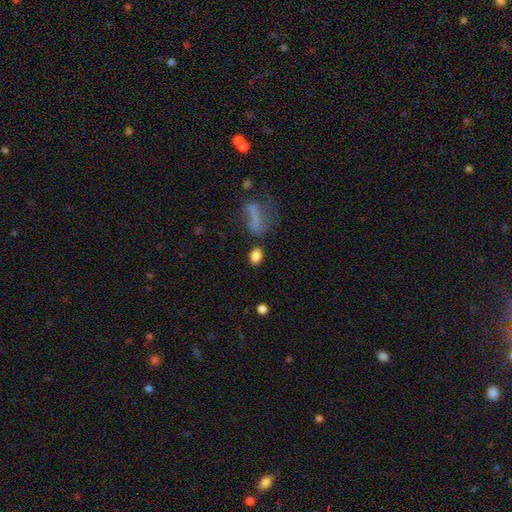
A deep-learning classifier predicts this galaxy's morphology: A smooth galaxy with no disk features (85%) that is in between round and cigar-shaped (84%). Merging: none (75%).